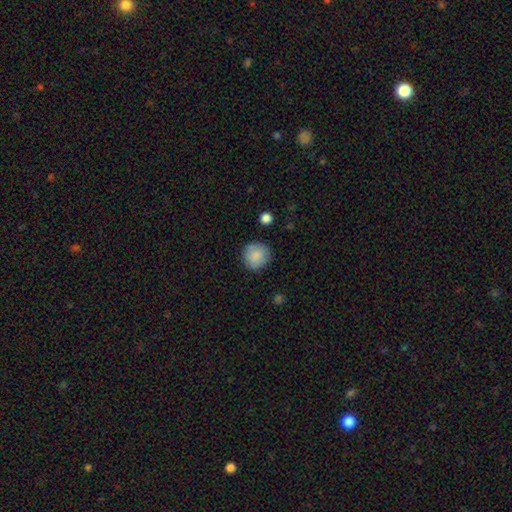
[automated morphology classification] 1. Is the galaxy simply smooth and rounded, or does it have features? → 86% smooth, 8% star or artifact, 6% featured or disk.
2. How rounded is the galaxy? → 91% round, 8% in between, 1% cigar-shaped.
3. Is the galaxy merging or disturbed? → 83% none, 12% minor disturbance, 3% major disturbance, 2% merger.